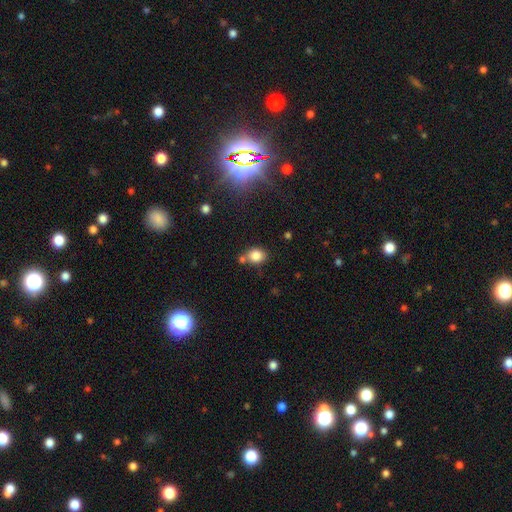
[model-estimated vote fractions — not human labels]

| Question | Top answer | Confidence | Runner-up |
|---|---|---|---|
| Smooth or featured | smooth | 83% | star or artifact (11%) |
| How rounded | round | 58% | in between (41%) |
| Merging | none | 65% | merger (18%) |